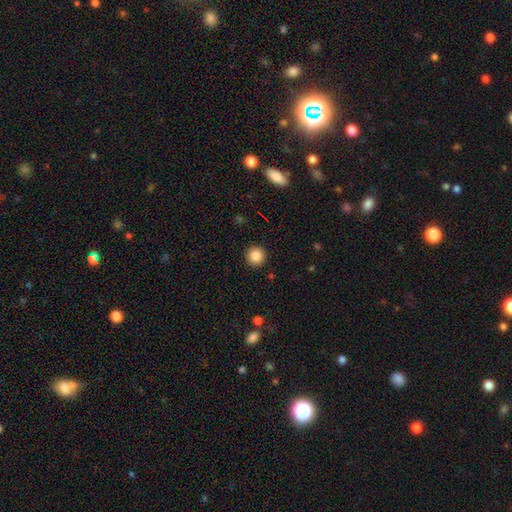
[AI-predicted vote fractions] A smooth galaxy with no disk features (85%) that is round (95%).

Vote fractions:
- Smooth or featured? smooth: 85% / star or artifact: 10% / featured or disk: 5%
- How rounded? round: 95% / in between: 4% / cigar-shaped: 1%
- Merging? none: 93% / minor disturbance: 5% / major disturbance: 2% / merger: 1%